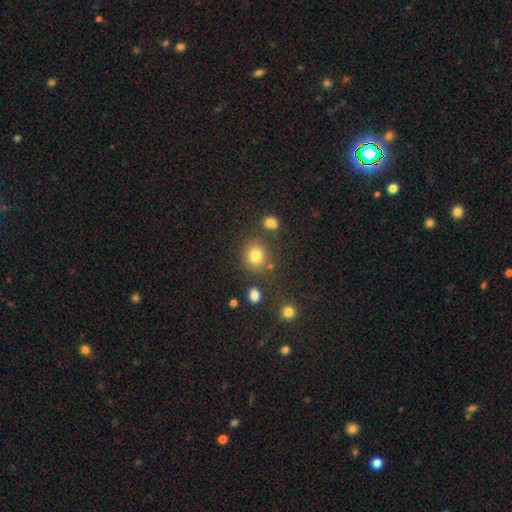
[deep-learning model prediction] A smooth galaxy with no disk features (80%) that is round (76%). Merging: none (75%).